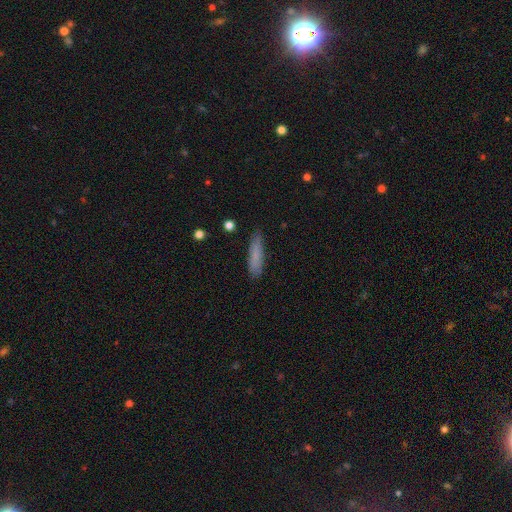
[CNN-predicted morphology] smooth-or-featured: smooth: 77% | featured or disk: 16% | star or artifact: 7%
  how-rounded: cigar-shaped: 77% | in between: 21% | round: 2%
  merging: none: 83% | minor disturbance: 14% | major disturbance: 3% | merger: 1%